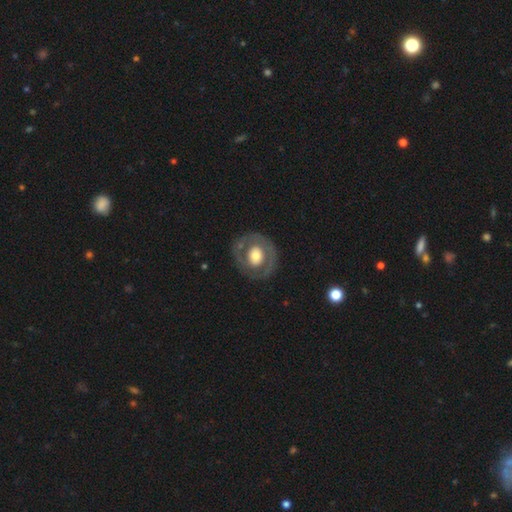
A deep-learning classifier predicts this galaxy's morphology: A featured or disk galaxy (53%) with no bar (81%), no spiral arms (77%) and a large central bulge (44%). Merging: none (76%).